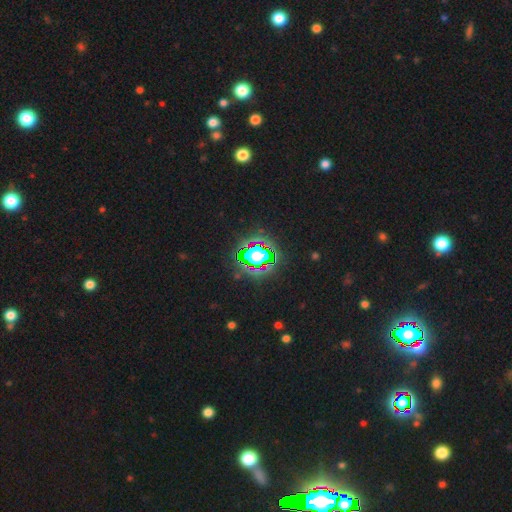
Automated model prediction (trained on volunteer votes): This is likely a star or artifact rather than a galaxy (67%).